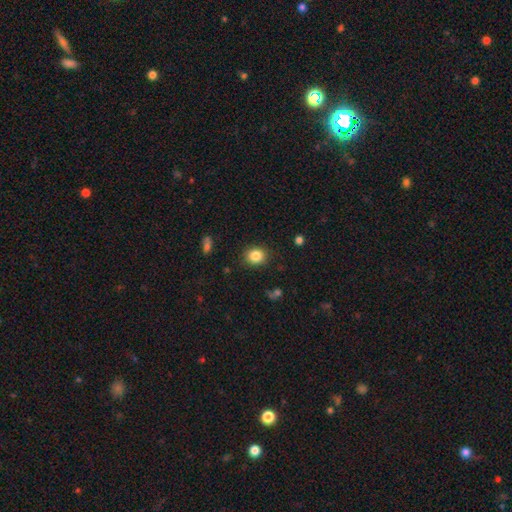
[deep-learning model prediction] smooth 84%, star or artifact 10%, featured or disk 5%. Down the decision tree: how rounded — round (75%); merging — none (88%).